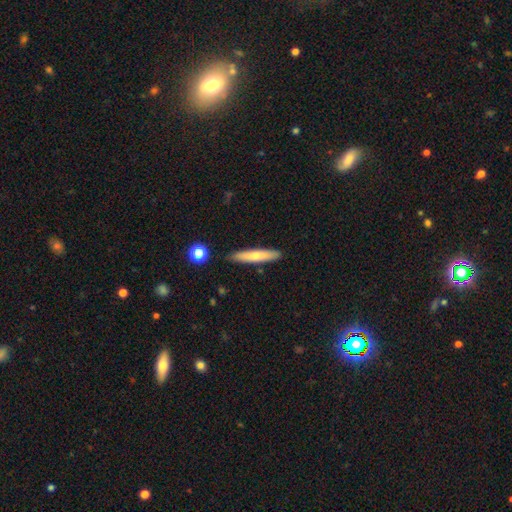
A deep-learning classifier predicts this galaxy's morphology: The model was most divided on "smooth or featured": smooth: 67%, featured or disk: 27%, star or artifact: 6%. More confident: how rounded — cigar-shaped (91%); merging — none (87%).